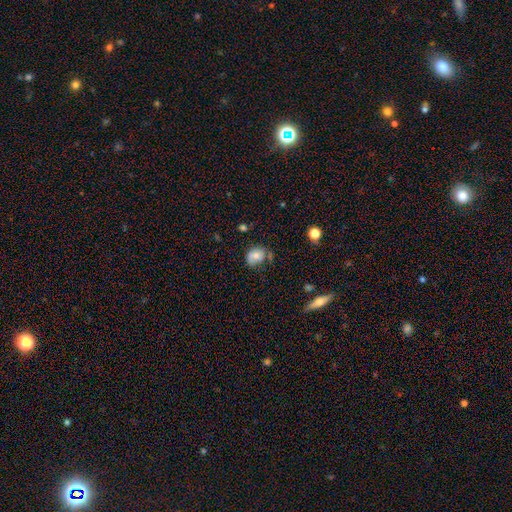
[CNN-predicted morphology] smooth 68%, featured or disk 22%, star or artifact 10%. Down the decision tree: how rounded — round (50%); merging — none (48%).